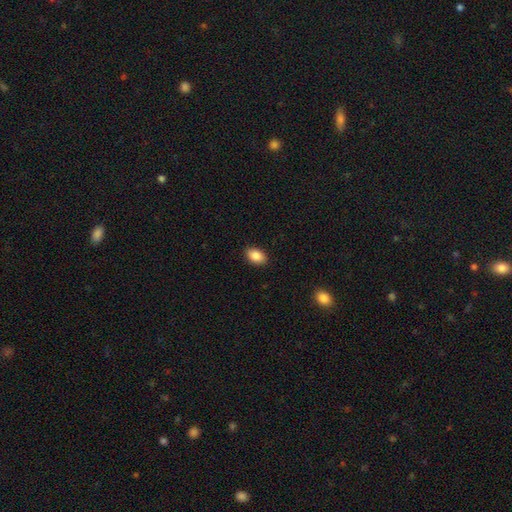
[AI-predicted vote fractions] A smooth galaxy with no disk features (87%) that is in between round and cigar-shaped (88%).

Vote fractions:
- Smooth or featured? smooth: 87% / star or artifact: 8% / featured or disk: 5%
- How rounded? in between: 88% / round: 11% / cigar-shaped: 1%
- Merging? none: 90% / minor disturbance: 7% / major disturbance: 2% / merger: 1%